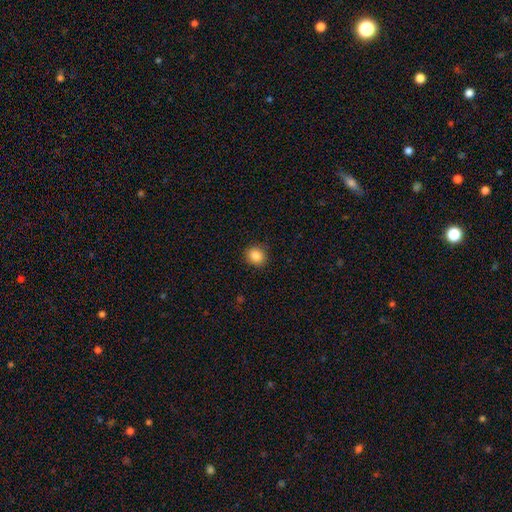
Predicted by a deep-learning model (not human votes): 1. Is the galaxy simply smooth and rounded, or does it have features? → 86% smooth, 10% star or artifact, 4% featured or disk.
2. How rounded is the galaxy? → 78% round, 21% in between, 1% cigar-shaped.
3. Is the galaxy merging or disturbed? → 89% none, 8% minor disturbance, 2% major disturbance, 1% merger.